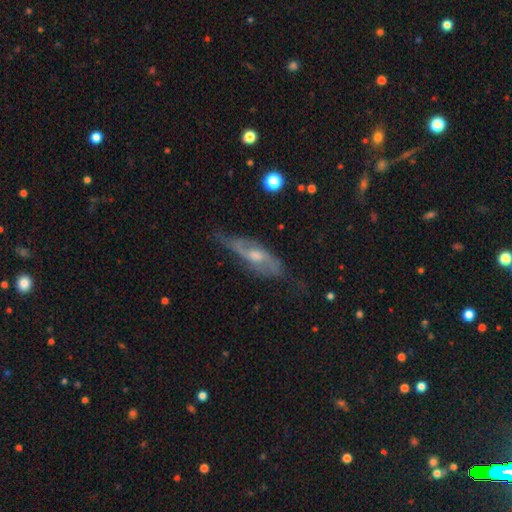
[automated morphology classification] smooth-or-featured: featured or disk: 71% | smooth: 22% | star or artifact: 8%
  disk-edge-on: no: 72% | yes: 28%
    bar: no: 50% | weak: 41% | strong: 9%
    has-spiral-arms: yes: 81% | no: 19%
    bulge-size: moderate: 57% | small: 32% | none: 5% | large: 5% | dominant: 1%
  merging: none: 58% | minor disturbance: 27% | major disturbance: 13% | merger: 2%